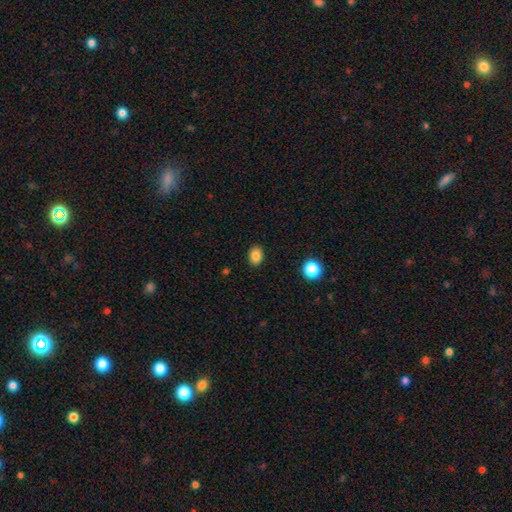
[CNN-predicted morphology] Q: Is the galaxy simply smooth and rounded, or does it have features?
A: smooth — 84%.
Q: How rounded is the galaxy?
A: in between — 70%.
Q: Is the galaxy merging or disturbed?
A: none — 89%.